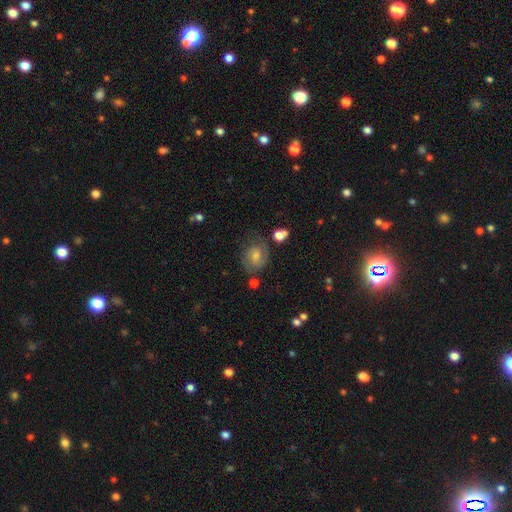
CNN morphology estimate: A featured or disk galaxy (56%) with a weak bar (51%), spiral arms (88%) and a small central bulge (43%, tied with moderate).

Vote fractions:
- Smooth or featured? featured or disk: 56% / smooth: 27% / star or artifact: 17%
- Edge-on disk? no: 97% / yes: 3%
- Bar? weak: 51% / no: 36% / strong: 14%
- Spiral arms? yes: 88% / no: 12%
- Bulge size? small: 43% (tied) / moderate: 43% (tied) / none: 7% / large: 5% / dominant: 2%
- Merging? none: 75% / minor disturbance: 15% / major disturbance: 6% / merger: 4%